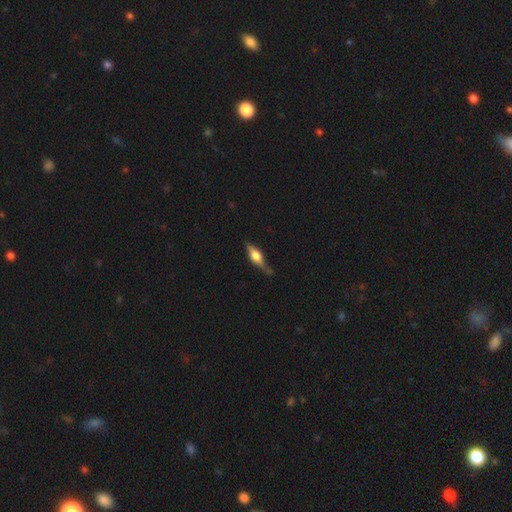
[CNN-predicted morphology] The model was most divided on "smooth or featured": featured or disk: 57%, smooth: 37%, star or artifact: 6%. More confident: edge-on disk — yes (88%); merging — none (62%).